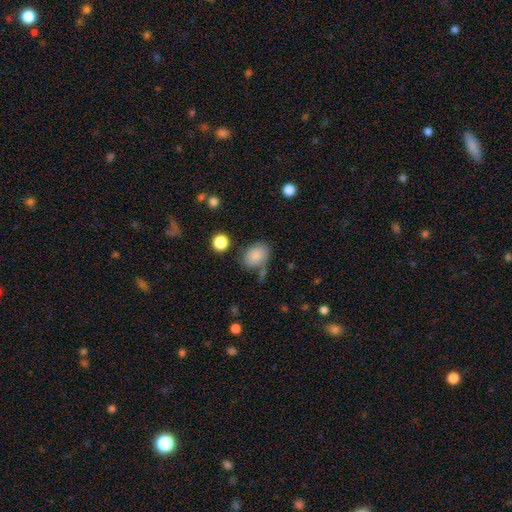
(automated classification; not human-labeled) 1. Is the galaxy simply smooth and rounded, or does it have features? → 83% smooth, 9% star or artifact, 8% featured or disk.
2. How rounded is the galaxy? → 73% in between, 25% round, 1% cigar-shaped.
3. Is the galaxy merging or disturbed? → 59% none, 21% minor disturbance, 11% merger, 9% major disturbance.